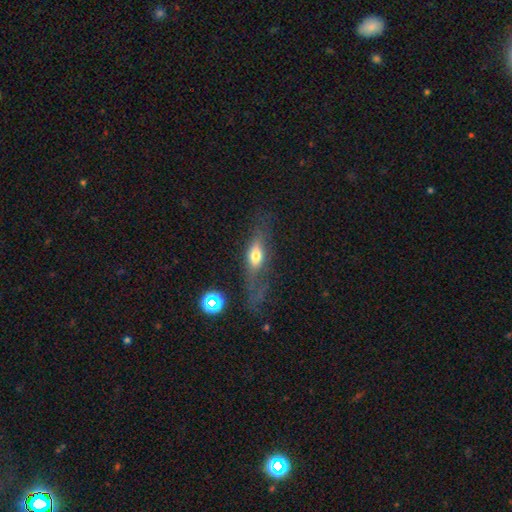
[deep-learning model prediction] Smooth or featured: smooth — 57% (featured or disk — 32%)
How rounded: in between — 57% (cigar-shaped — 35%)
Merging: none — 47% (major disturbance — 27%)